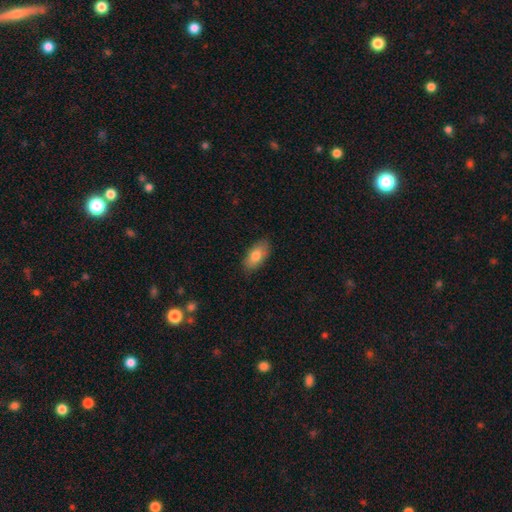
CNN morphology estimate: This is likely a smooth galaxy (79%). How rounded: clearly in between (91%). Merging: clearly none (85%).